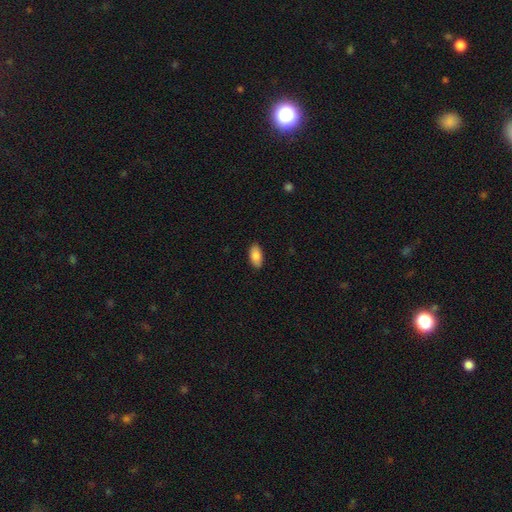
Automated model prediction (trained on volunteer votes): Morphology: type=smooth (85%); roundness=in between (93%); merging=none (89%).